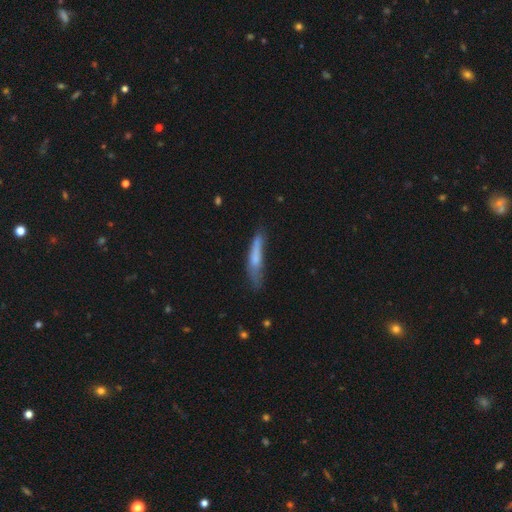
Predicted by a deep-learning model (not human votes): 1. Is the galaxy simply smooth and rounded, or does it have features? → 63% smooth, 29% featured or disk, 7% star or artifact.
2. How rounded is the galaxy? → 86% cigar-shaped, 12% in between, 2% round.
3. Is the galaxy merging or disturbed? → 53% none, 29% minor disturbance, 14% major disturbance, 4% merger.